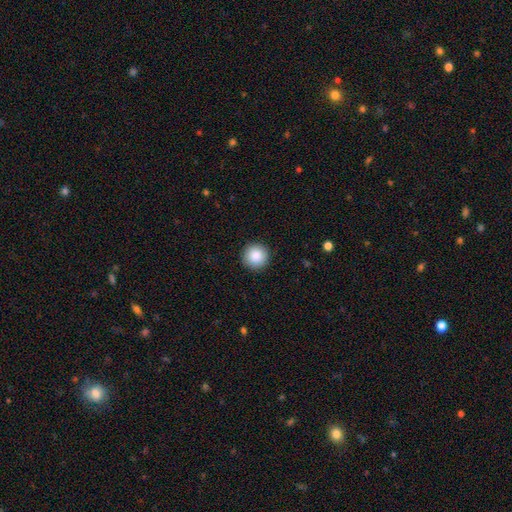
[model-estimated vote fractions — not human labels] Smooth or featured? Predicted: smooth (p=0.88). How rounded? Predicted: round (p=0.96). Merging? Predicted: none (p=0.93).